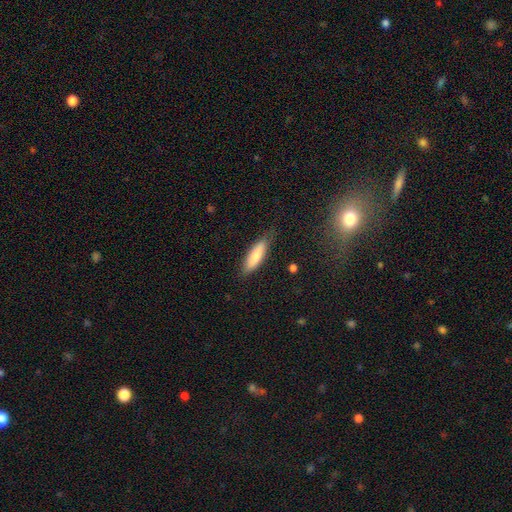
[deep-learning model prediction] Smooth or featured?
  - smooth: 80% *
  - featured or disk: 15%
  - star or artifact: 6%
How rounded?
  - cigar-shaped: 54% *
  - in between: 44%
  - round: 2%
Merging?
  - none: 75% *
  - minor disturbance: 19%
  - major disturbance: 4%
  - merger: 1%